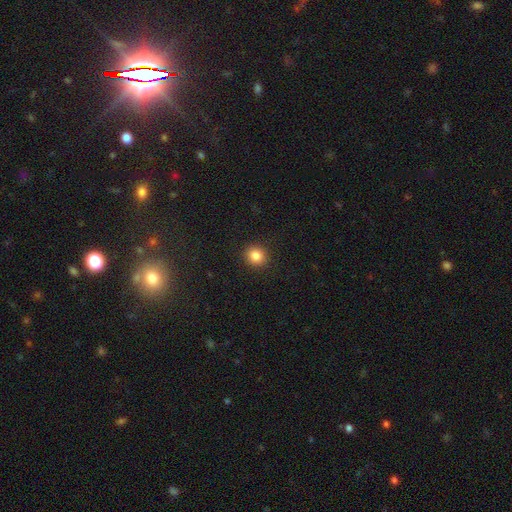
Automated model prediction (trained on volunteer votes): Smooth or featured? smooth (85%)
How rounded? round (87%)
Merging? none (91%)